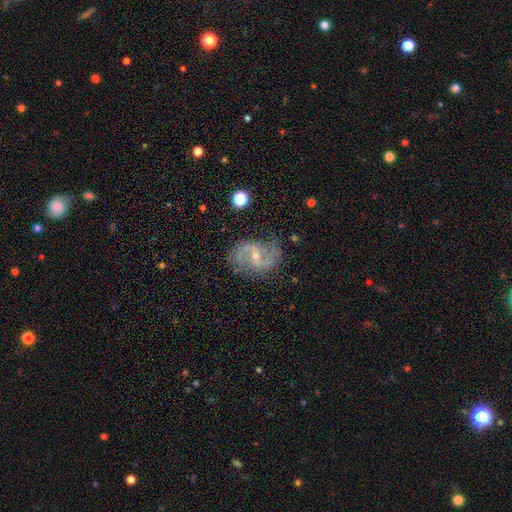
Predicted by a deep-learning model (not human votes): smooth_or_featured: featured or disk (p=0.88) [alt: star or artifact p=0.06]
disk_edge_on: no (p=0.98) [alt: yes p=0.02]
bar: weak (p=0.48) [alt: no p=0.34]
has_spiral_arms: yes (p=0.96) [alt: no p=0.04]
spiral_winding: medium (p=0.47) [alt: loose p=0.41]
spiral_arm_count: 2 (p=0.91) [alt: can't tell p=0.03]
bulge_size: small (p=0.65) [alt: moderate p=0.31]
merging: none (p=0.73) [alt: minor disturbance p=0.18]